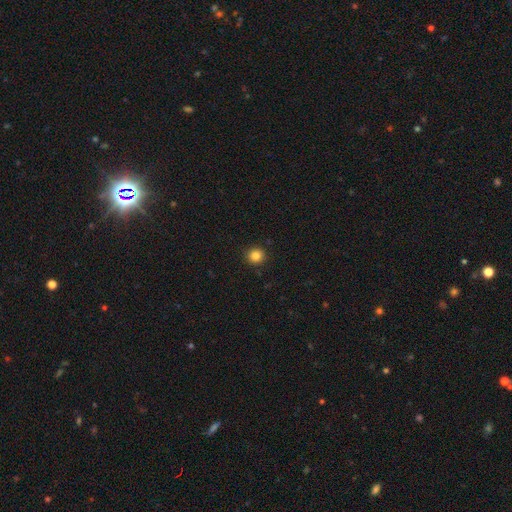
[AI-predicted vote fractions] Overall: smooth (84%). How rounded: round (94%). Merging: none (92%).